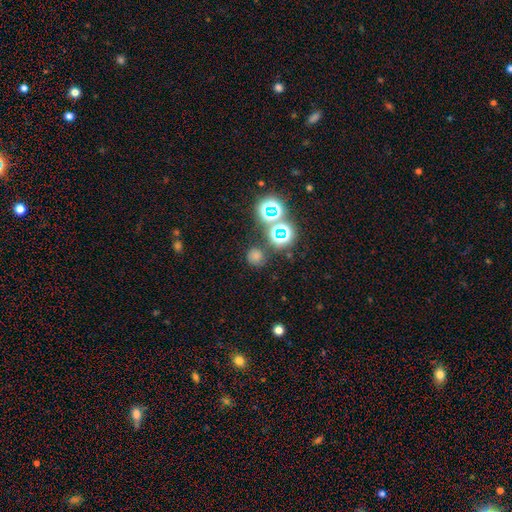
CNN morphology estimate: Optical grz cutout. It shows a smooth galaxy with no disk features (63%) that is round (91%). Merging: none (78%).